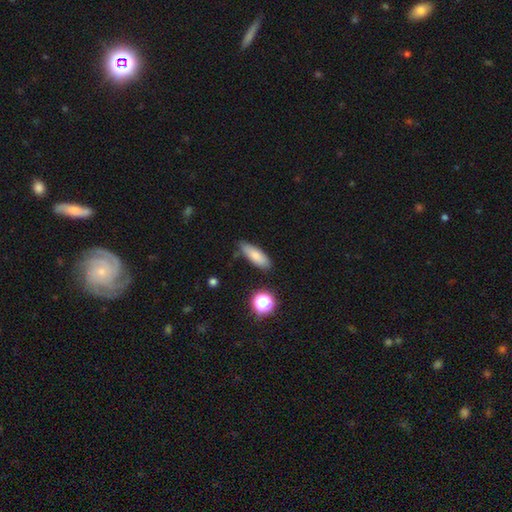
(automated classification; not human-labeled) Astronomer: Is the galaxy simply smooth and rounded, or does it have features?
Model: smooth — 79%.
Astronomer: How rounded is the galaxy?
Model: in between — 58% (runner-up: cigar-shaped, 38%).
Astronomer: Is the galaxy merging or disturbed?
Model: none — 75%.